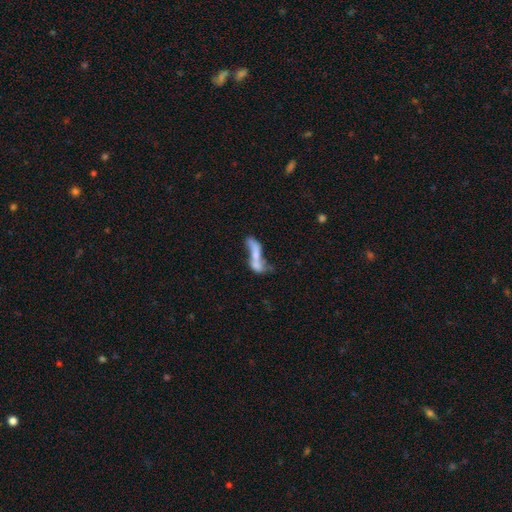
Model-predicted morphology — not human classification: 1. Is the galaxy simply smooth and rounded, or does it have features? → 46% featured or disk, 44% smooth, 10% star or artifact.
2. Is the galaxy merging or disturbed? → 46% merger, 21% none, 19% major disturbance, 13% minor disturbance.